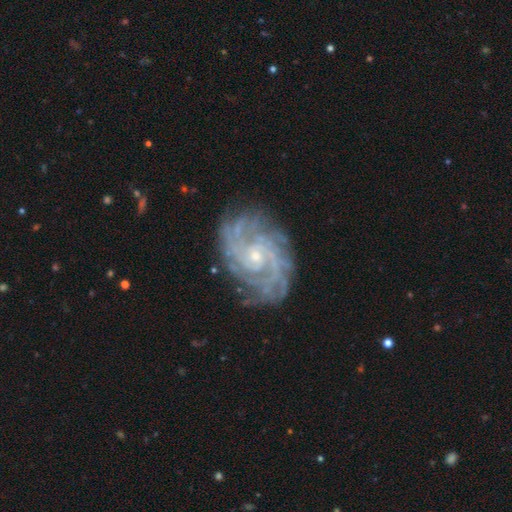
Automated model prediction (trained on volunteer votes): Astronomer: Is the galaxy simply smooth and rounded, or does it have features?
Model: featured or disk — 90%.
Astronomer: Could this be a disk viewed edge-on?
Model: no — 97%.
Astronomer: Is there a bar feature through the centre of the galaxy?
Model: no — 71%.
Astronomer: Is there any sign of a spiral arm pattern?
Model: yes — 98%.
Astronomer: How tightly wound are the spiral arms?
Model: tight — 71%.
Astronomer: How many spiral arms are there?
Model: can't tell — 24% (runner-up: 4, 21%).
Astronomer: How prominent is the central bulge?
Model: small — 77%.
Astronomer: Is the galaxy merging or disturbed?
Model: none — 79%.